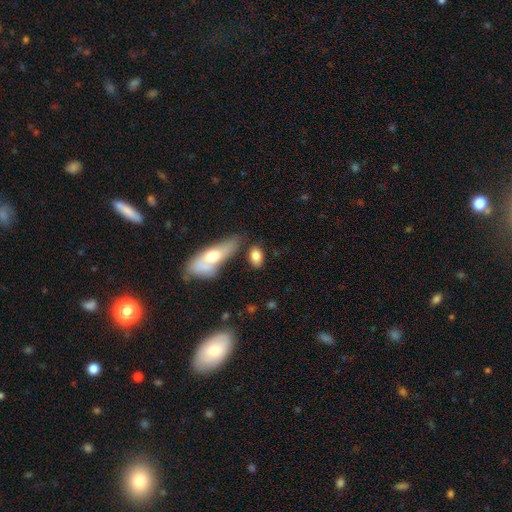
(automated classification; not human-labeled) A smooth galaxy with no disk features (80%) that is in between round and cigar-shaped (83%). Merging: none (67%).